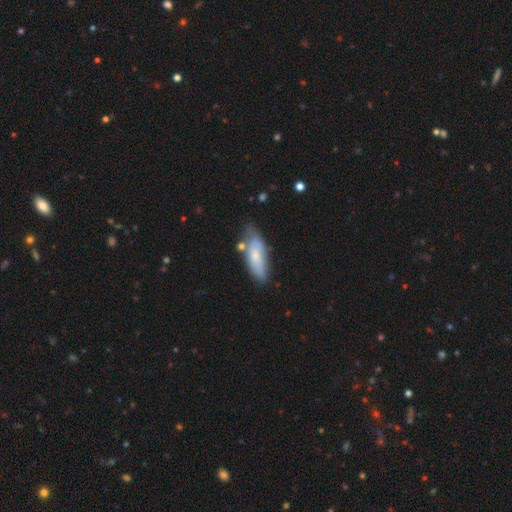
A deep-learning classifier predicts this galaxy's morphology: type=smooth (62%); roundness=in between (68%); merging=none (59%).